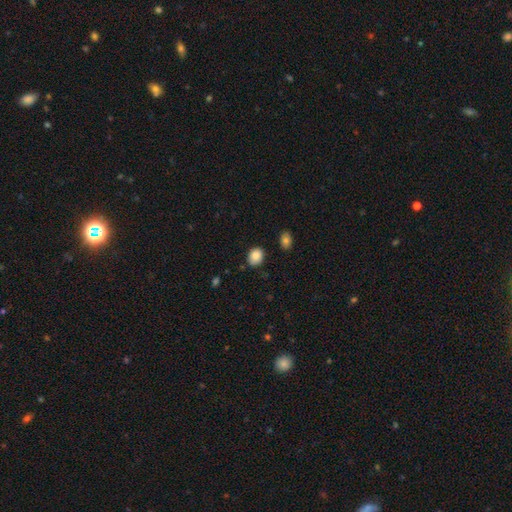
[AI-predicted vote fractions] A smooth galaxy with no disk features (84%) that is in between round and cigar-shaped (52%). Merging: none (83%).